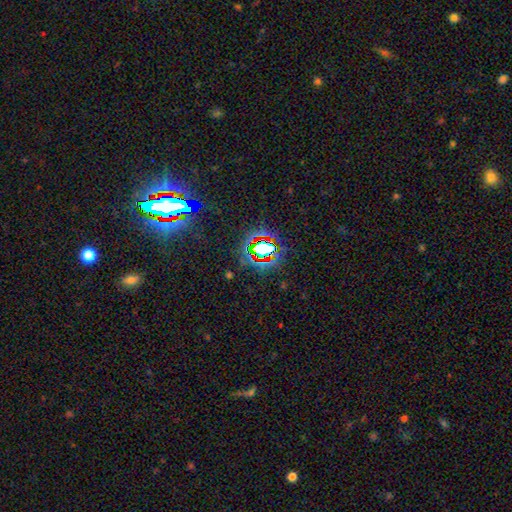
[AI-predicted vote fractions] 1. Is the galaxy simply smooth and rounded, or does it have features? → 81% star or artifact, 11% smooth, 8% featured or disk.